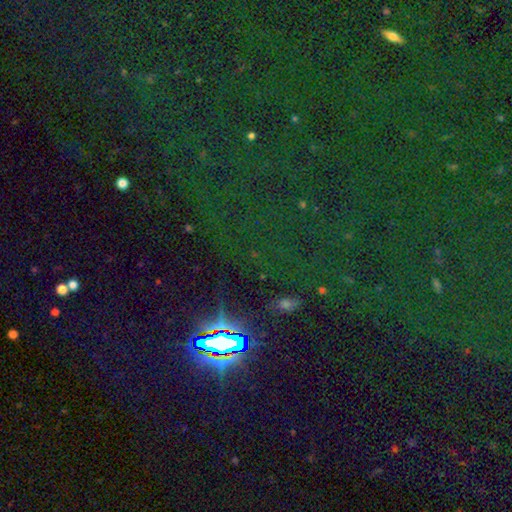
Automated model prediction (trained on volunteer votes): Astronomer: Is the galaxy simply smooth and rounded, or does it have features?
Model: star or artifact — 83%.